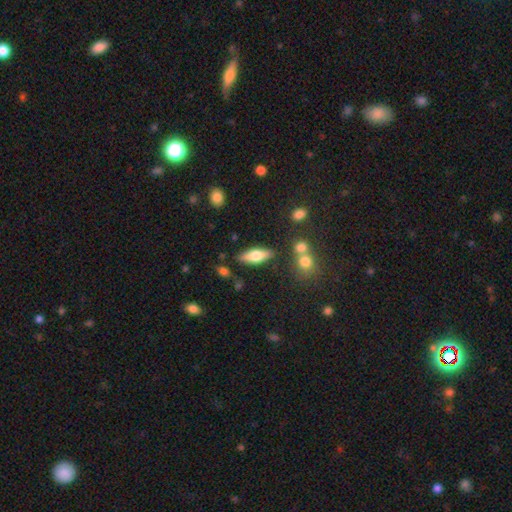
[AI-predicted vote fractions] Q: Smooth or featured?
A: smooth (62%); runner-up: featured or disk (32%)
Q: How rounded?
A: in between (61%); runner-up: cigar-shaped (36%)
Q: Merging?
A: none (81%); runner-up: minor disturbance (11%)